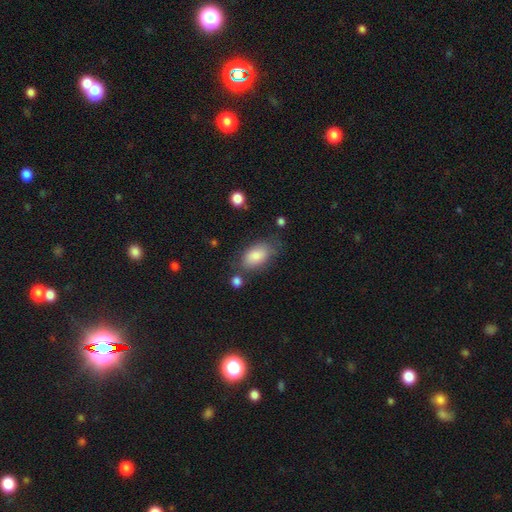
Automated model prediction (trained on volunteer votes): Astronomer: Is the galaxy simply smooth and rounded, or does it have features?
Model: smooth — 82%.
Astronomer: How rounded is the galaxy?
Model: in between — 92%.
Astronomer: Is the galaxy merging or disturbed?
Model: none — 65%.